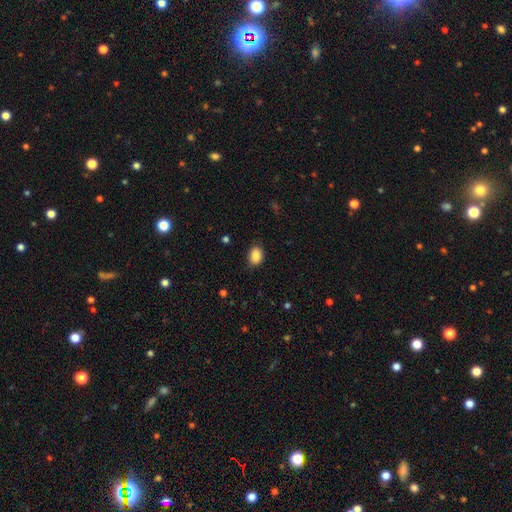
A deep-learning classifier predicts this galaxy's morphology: The model was most divided on "how rounded": in between: 75%, round: 23%, cigar-shaped: 1%. More confident: smooth or featured — smooth (88%); merging — none (81%).